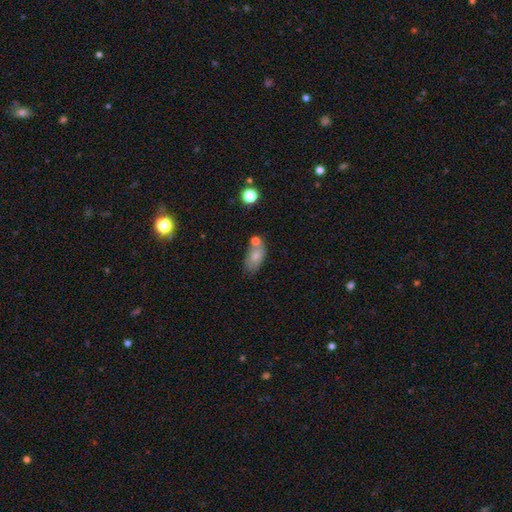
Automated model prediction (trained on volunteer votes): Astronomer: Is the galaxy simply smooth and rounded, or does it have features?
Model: smooth — 74%.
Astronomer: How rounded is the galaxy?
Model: in between — 90%.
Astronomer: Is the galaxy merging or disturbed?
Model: none — 53%.